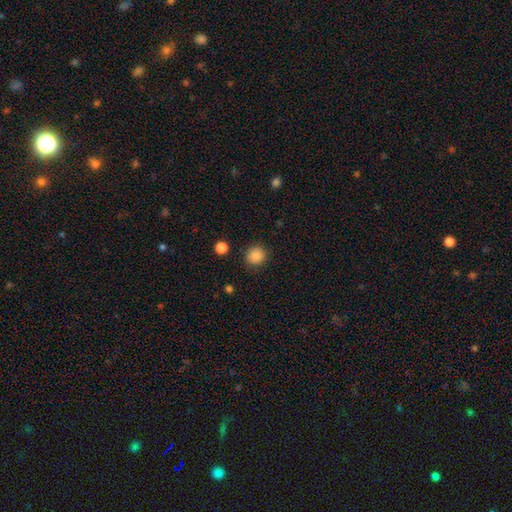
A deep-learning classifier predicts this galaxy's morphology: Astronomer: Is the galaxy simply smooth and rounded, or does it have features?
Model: smooth — 86%.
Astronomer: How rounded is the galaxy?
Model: round — 90%.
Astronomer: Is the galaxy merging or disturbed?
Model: none — 89%.